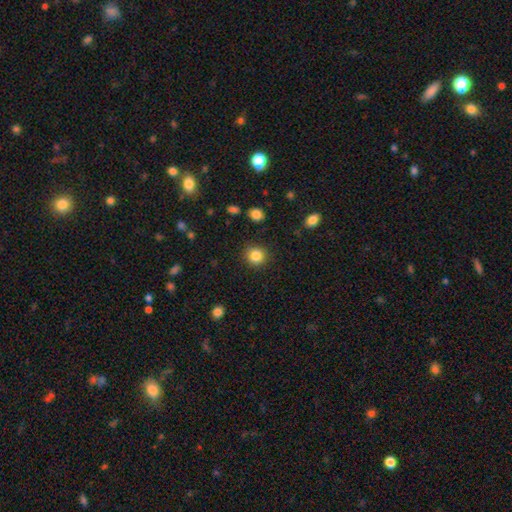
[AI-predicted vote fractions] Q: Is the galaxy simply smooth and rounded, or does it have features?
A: smooth — 85%.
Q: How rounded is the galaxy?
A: round — 91%.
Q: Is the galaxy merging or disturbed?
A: none — 90%.